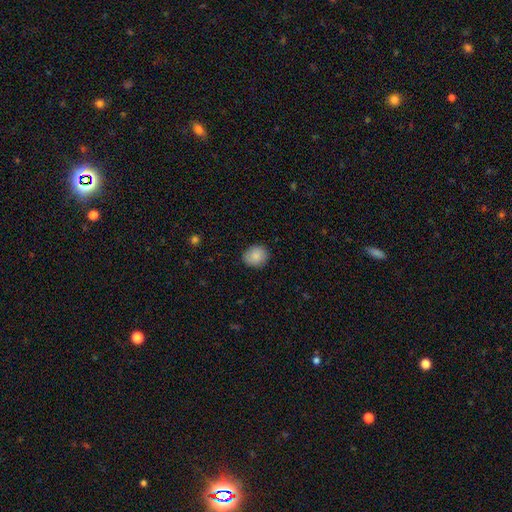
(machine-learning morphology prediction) The model was most divided on "how rounded": round: 73%, in between: 26%, cigar-shaped: 1%. More confident: merging — none (88%); smooth or featured — smooth (86%).